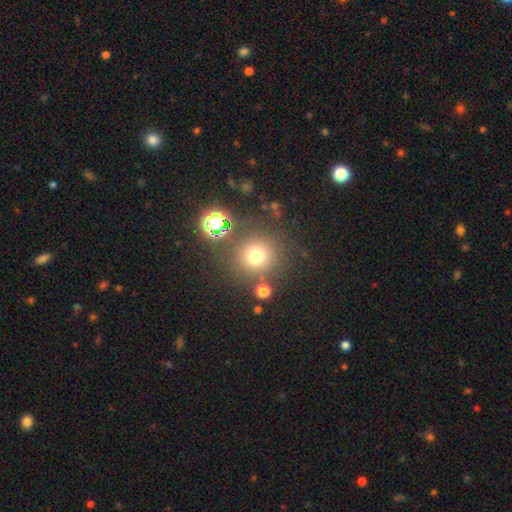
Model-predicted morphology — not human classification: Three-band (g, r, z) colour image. It shows a smooth galaxy with no disk features (73%) that is round (94%). Merging: none (81%).